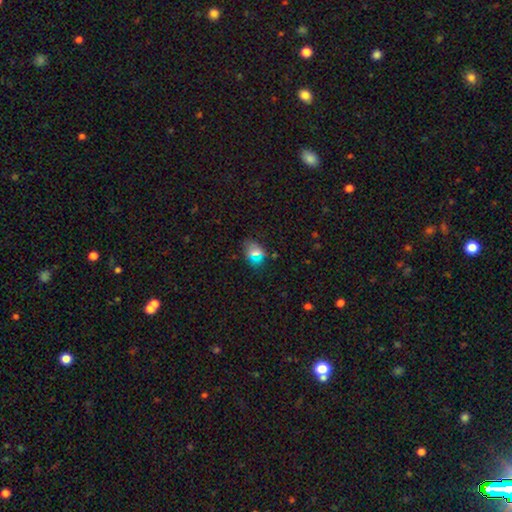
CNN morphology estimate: A smooth galaxy with no disk features (66%) that is in between round and cigar-shaped (67%).

Vote fractions:
- Smooth or featured? smooth: 66% / star or artifact: 24% / featured or disk: 10%
- How rounded? in between: 67% / round: 30% / cigar-shaped: 3%
- Merging? none: 82% / minor disturbance: 12% / major disturbance: 4% / merger: 2%